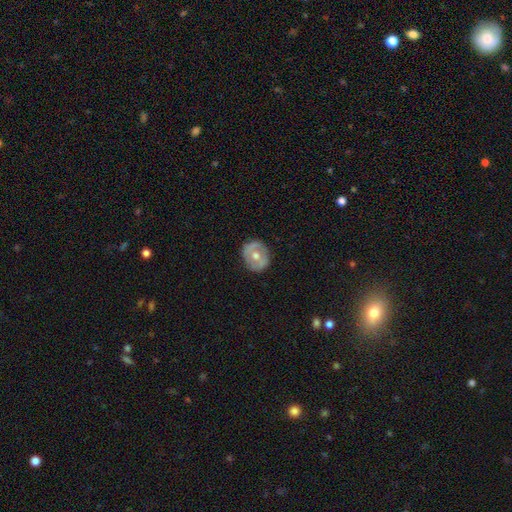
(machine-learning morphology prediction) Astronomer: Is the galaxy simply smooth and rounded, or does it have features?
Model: featured or disk — 54% (runner-up: smooth, 38%).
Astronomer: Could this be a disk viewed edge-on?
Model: no — 94%.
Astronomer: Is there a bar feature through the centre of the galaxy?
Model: no — 71%.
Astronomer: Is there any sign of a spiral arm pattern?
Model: no — 74%.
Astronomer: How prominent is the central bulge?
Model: moderate — 76%.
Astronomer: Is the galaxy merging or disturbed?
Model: none — 85%.